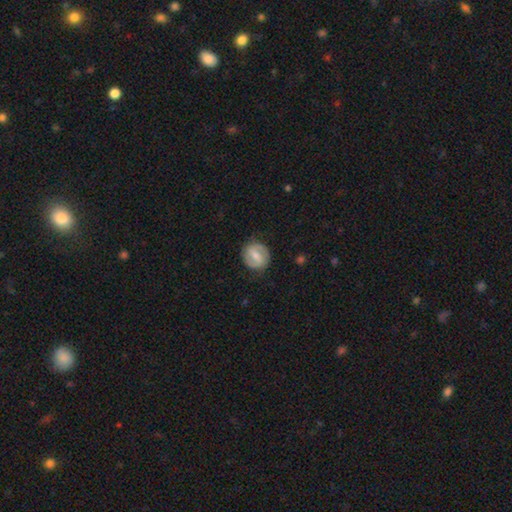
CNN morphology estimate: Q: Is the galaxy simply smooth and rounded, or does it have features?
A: featured or disk — 62%.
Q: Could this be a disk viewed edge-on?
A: no — 97%.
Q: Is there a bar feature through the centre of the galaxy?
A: weak — 48%.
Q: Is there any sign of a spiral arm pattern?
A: yes — 84%.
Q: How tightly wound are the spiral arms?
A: medium — 43%.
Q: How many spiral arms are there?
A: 2 — 86%.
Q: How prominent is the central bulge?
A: moderate — 47%.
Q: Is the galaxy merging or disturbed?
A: none — 84%.